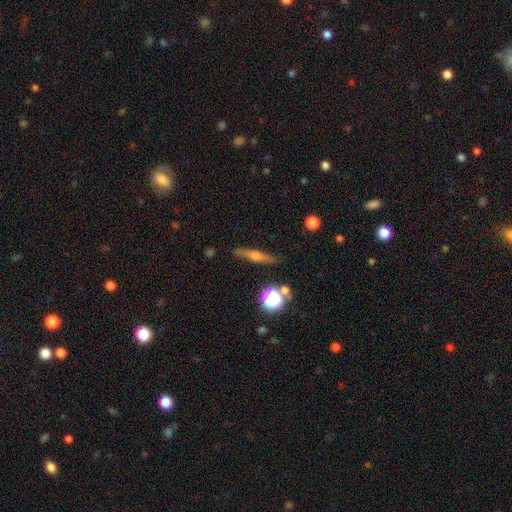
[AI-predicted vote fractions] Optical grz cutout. It shows a featured or disk galaxy (53%) viewed edge-on (94%) with a rounded central bulge (85%). Merging: none (87%).